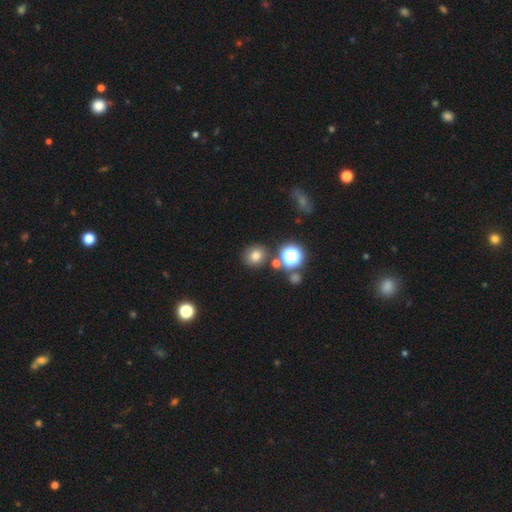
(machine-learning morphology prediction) Smooth or featured?
  - smooth: 74% *
  - star or artifact: 18%
  - featured or disk: 8%
How rounded?
  - round: 84% *
  - in between: 15%
  - cigar-shaped: 1%
Merging?
  - none: 81% *
  - minor disturbance: 9%
  - merger: 7%
  - major disturbance: 3%